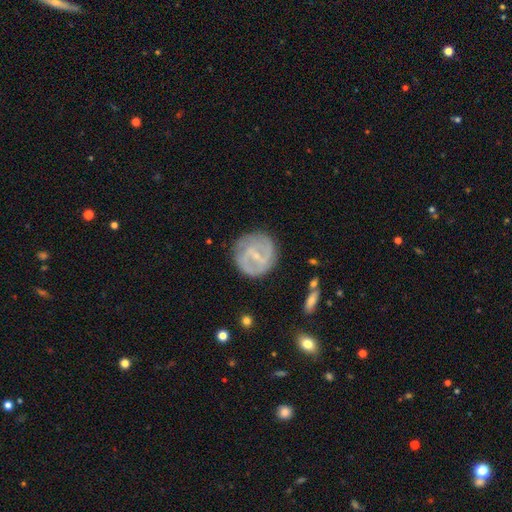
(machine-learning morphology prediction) Smooth or featured?
  - featured or disk: 72% *
  - smooth: 22%
  - star or artifact: 6%
Edge-on disk?
  - no: 97% *
  - yes: 3%
Bar?
  - weak: 51% *
  - strong: 29%
  - no: 20%
Spiral arms?
  - yes: 77% *
  - no: 23%
Spiral winding?
  - medium: 41% *
  - tight: 39%
  - loose: 21%
Spiral arm count?
  - 2: 61% *
  - can't tell: 24%
  - 3: 6%
  - 1: 5%
  - 4: 2%
  - more than 4: 2%
Bulge size?
  - small: 74% *
  - moderate: 15%
  - none: 9%
  - large: 1%
  - dominant: 1%
Merging?
  - none: 73% *
  - minor disturbance: 18%
  - major disturbance: 8%
  - merger: 2%